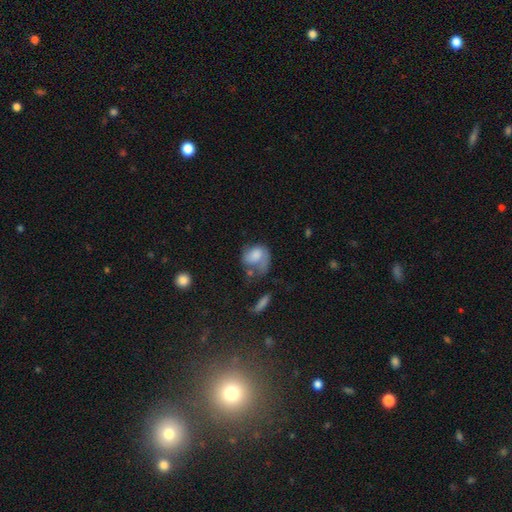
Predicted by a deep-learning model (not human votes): Smooth or featured: smooth — 56% (featured or disk — 35%)
How rounded: in between — 59% (round — 39%)
Merging: major disturbance — 39% (none — 26%)